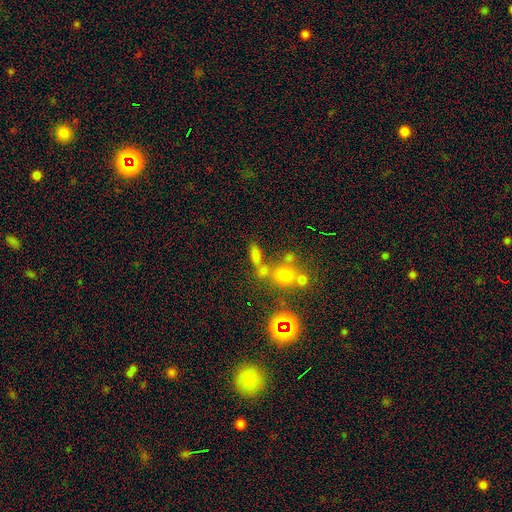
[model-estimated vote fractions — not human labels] A smooth galaxy with no disk features (68%) that is in between round and cigar-shaped (56%).

Vote fractions:
- Smooth or featured? smooth: 68% / star or artifact: 19% / featured or disk: 13%
- How rounded? in between: 56% / cigar-shaped: 28% / round: 15%
- Merging? none: 53% / merger: 27% / minor disturbance: 12% / major disturbance: 7%